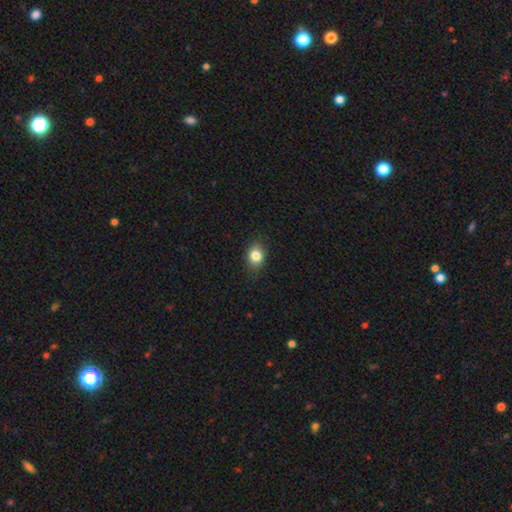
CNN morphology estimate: This appears to be a smooth galaxy with no disk features (82%) that is in between round and cigar-shaped (58%). Merging: none (82%).